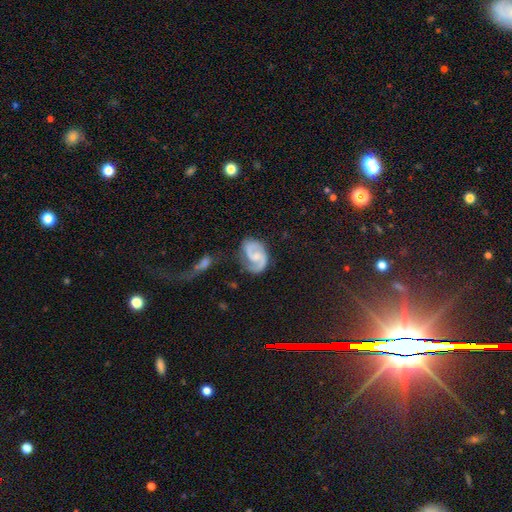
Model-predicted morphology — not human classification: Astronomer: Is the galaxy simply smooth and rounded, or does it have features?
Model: featured or disk — 85%.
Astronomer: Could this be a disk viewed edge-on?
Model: no — 98%.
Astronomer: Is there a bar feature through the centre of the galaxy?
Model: no — 49% (runner-up: weak, 43%).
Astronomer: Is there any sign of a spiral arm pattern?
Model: yes — 97%.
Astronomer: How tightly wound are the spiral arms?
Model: medium — 53%.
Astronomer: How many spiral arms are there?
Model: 2 — 88%.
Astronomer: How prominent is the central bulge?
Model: small — 40% (runner-up: moderate, 35%).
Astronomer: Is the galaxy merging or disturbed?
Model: none — 66%.